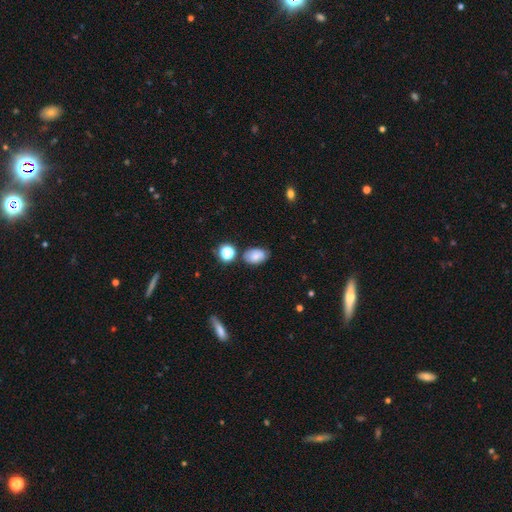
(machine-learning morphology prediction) The model was most divided on "merging": none: 71%, minor disturbance: 18%, merger: 6%, major disturbance: 4%. More confident: how rounded — in between (85%); smooth or featured — smooth (71%).